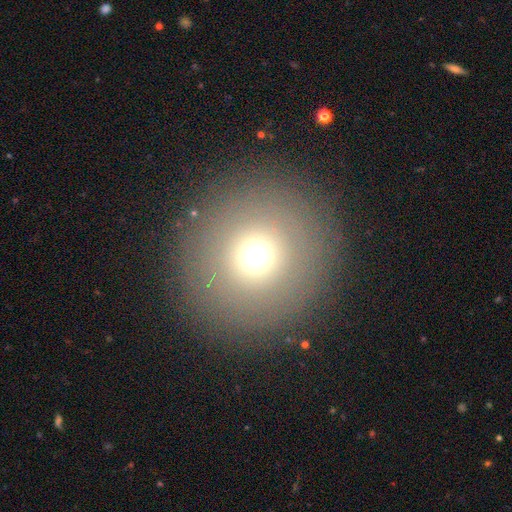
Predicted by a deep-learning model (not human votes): Smooth or featured: smooth — 69% (star or artifact — 18%)
How rounded: round — 96% (in between — 3%)
Merging: none — 89% (minor disturbance — 6%)